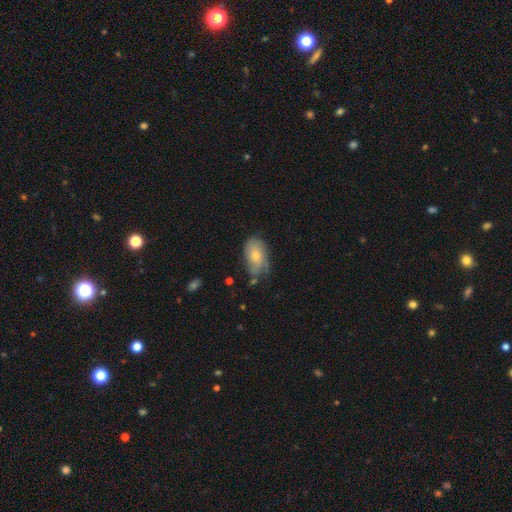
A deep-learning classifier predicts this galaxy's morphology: smooth 63%, featured or disk 30%, star or artifact 7%. Down the decision tree: how rounded — in between (90%); merging — none (51%).